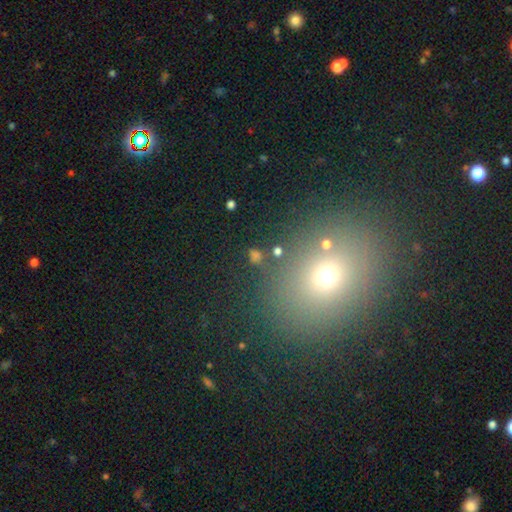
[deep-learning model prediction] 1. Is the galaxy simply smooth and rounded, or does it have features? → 59% smooth, 31% star or artifact, 10% featured or disk.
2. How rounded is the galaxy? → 67% round, 30% in between, 4% cigar-shaped.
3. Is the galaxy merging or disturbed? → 73% none, 11% minor disturbance, 10% merger, 7% major disturbance.